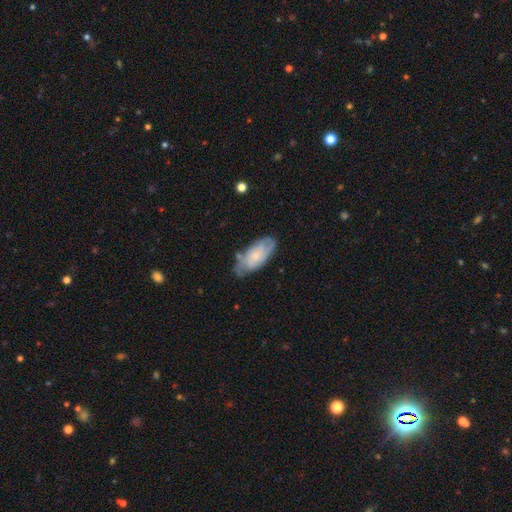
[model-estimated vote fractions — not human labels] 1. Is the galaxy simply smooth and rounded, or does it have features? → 54% featured or disk, 39% smooth, 6% star or artifact.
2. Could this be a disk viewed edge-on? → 90% no, 10% yes.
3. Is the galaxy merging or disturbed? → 63% none, 27% minor disturbance, 7% major disturbance, 3% merger.